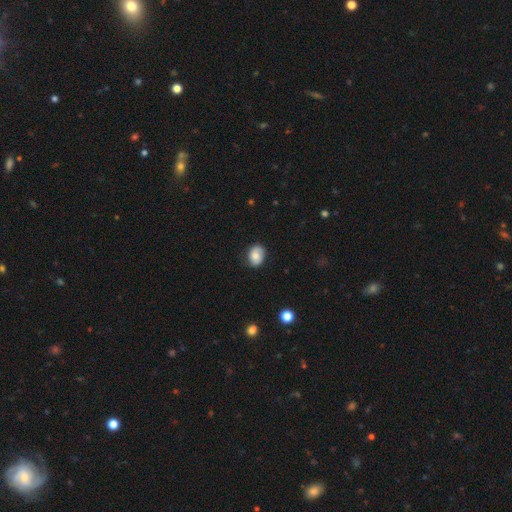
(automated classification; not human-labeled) Smooth or featured? Predicted: smooth (p=0.71). How rounded? Predicted: in between (p=0.58). Merging? Predicted: none (p=0.75).